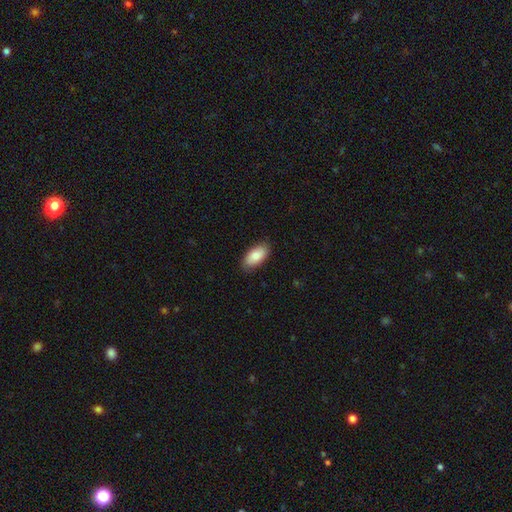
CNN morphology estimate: smooth 81%, featured or disk 13%, star or artifact 6%. Down the decision tree: how rounded — in between (92%); merging — none (86%).